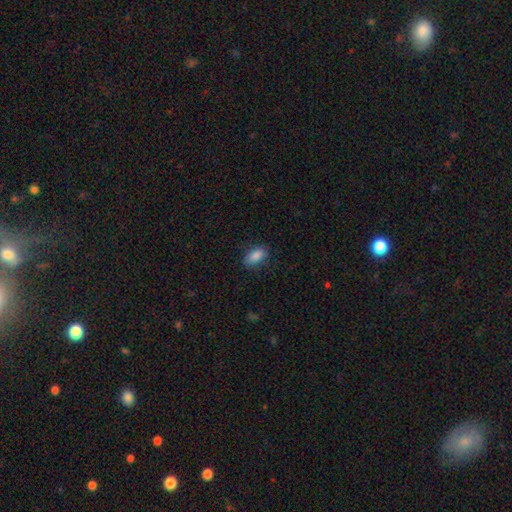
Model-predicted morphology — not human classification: smooth-or-featured: smooth: 87% | star or artifact: 7% | featured or disk: 5%
  how-rounded: in between: 90% | cigar-shaped: 6% | round: 3%
  merging: none: 83% | minor disturbance: 12% | major disturbance: 3% | merger: 1%